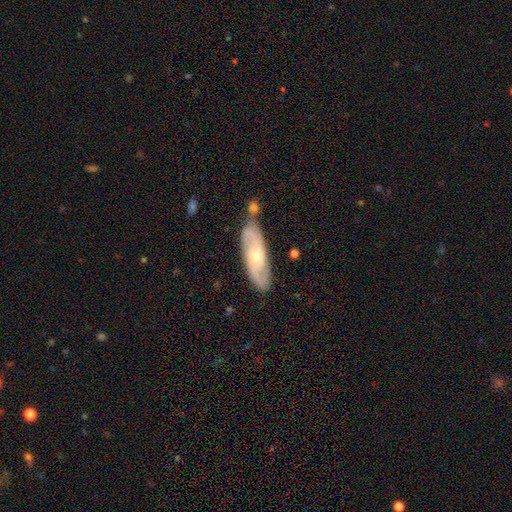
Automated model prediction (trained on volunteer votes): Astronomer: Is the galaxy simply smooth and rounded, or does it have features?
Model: featured or disk — 70%.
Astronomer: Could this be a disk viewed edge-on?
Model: no — 83%.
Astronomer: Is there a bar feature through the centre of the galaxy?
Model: no — 61%.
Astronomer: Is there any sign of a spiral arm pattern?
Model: yes — 89%.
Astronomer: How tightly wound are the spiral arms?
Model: tight — 44% (runner-up: medium, 42%).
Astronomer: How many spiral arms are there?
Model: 2 — 69%.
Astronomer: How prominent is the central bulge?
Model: small — 56% (runner-up: moderate, 39%).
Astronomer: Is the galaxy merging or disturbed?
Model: none — 70%.